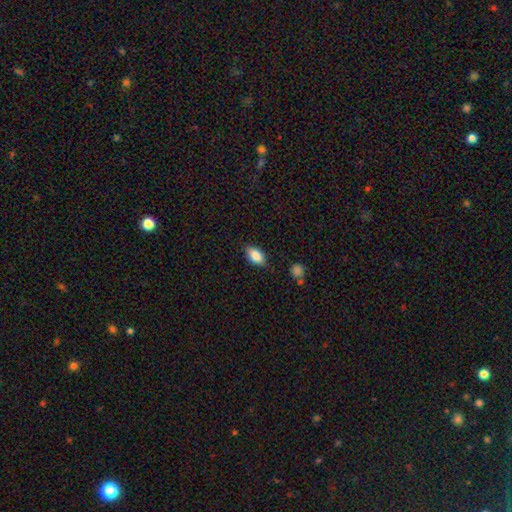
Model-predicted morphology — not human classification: Smooth or featured?
  - smooth: 84% *
  - featured or disk: 8%
  - star or artifact: 8%
How rounded?
  - in between: 90% *
  - round: 6%
  - cigar-shaped: 4%
Merging?
  - none: 83% *
  - minor disturbance: 13%
  - major disturbance: 3%
  - merger: 2%